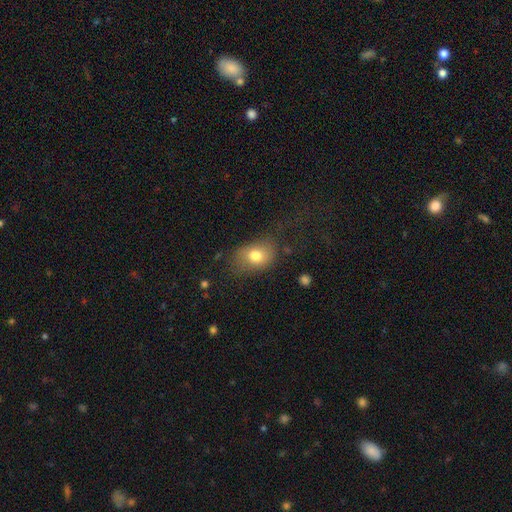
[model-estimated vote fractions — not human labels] Smooth or featured: smooth — 75% (featured or disk — 15%)
How rounded: in between — 74% (round — 25%)
Merging: none — 62% (minor disturbance — 23%)